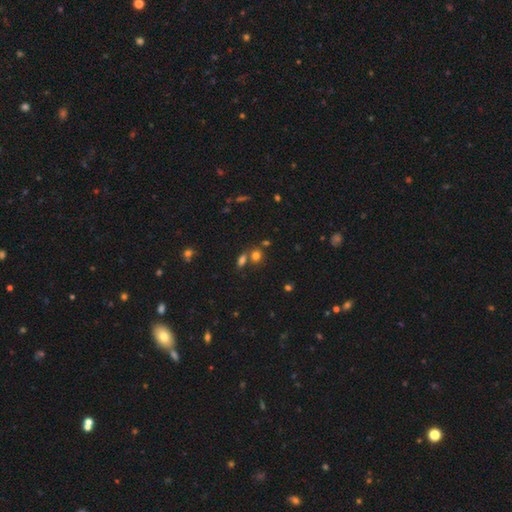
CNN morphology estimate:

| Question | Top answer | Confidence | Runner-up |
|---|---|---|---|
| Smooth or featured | smooth | 73% | star or artifact (19%) |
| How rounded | round | 59% | in between (38%) |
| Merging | none | 58% | merger (29%) |